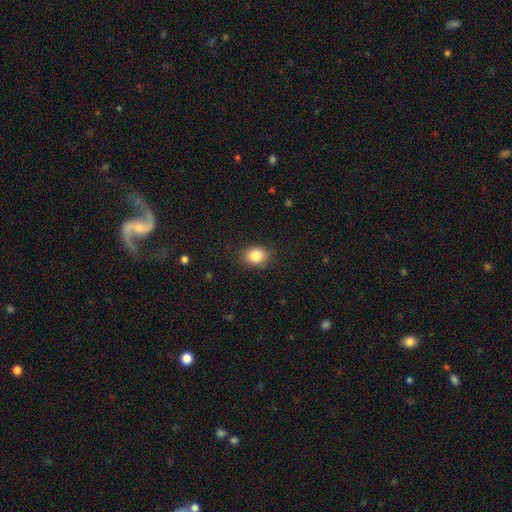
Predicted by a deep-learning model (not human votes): A smooth galaxy with no disk features (84%) that is round (50%).

Vote fractions:
- Smooth or featured? smooth: 84% / star or artifact: 9% / featured or disk: 6%
- How rounded? round: 50% / in between: 49% / cigar-shaped: 1%
- Merging? none: 86% / minor disturbance: 10% / major disturbance: 3% / merger: 1%